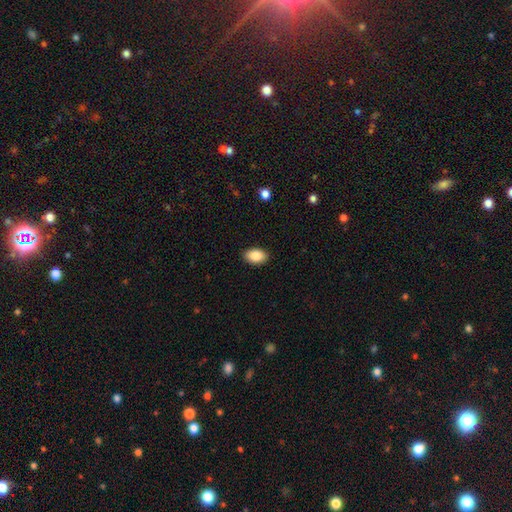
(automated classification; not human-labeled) Smooth or featured? smooth (88%)
How rounded? in between (90%)
Merging? none (89%)